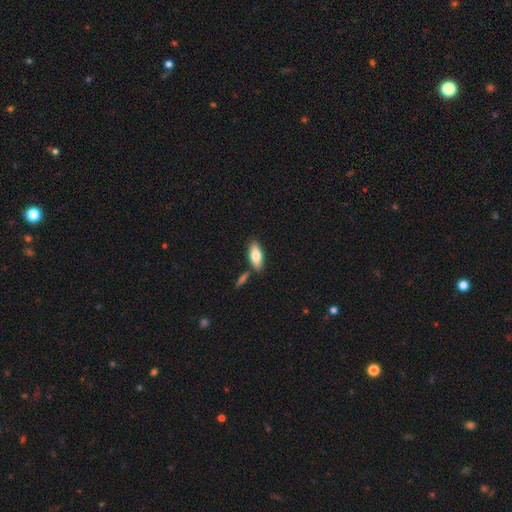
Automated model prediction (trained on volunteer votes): Smooth or featured? Predicted: smooth (p=0.76). How rounded? Predicted: in between (p=0.81). Merging? Predicted: none (p=0.78).